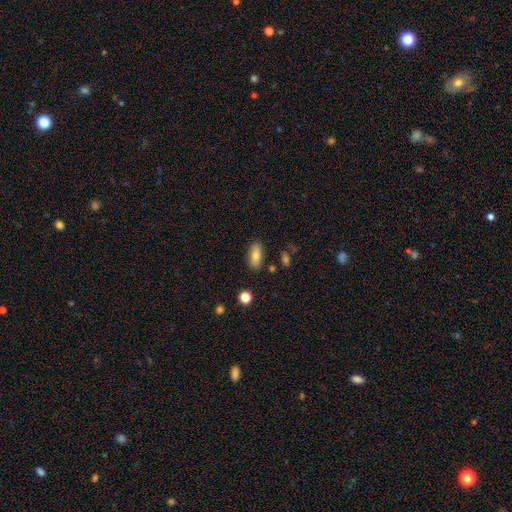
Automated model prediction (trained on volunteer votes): Morphology: type=smooth (80%); roundness=in between (83%); merging=none (85%).